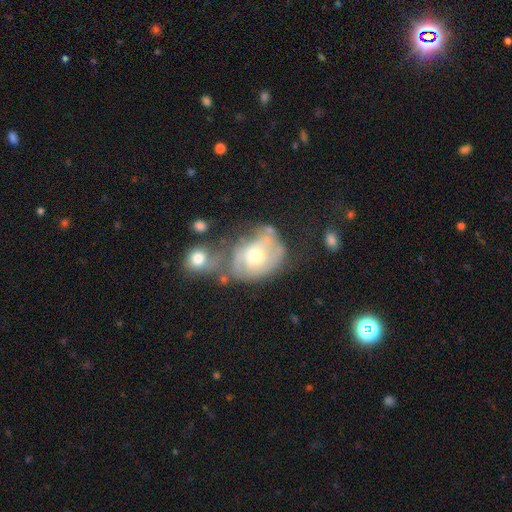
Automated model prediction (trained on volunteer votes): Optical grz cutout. It shows a featured or disk galaxy (58%) with no bar (77%), spiral arms (55%) and a moderate central bulge (68%). Merging: merger (32%).